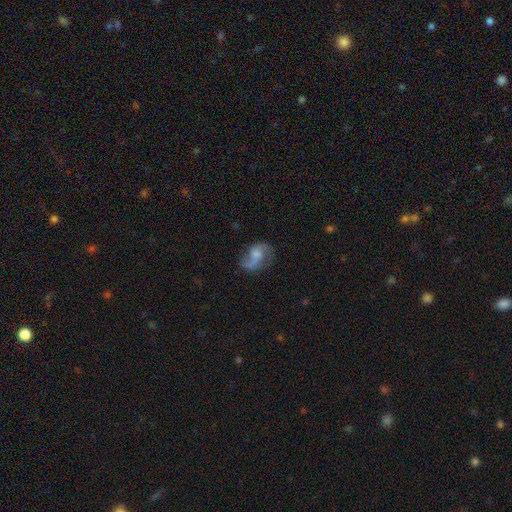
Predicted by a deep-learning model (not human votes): featured or disk 69%, smooth 22%, star or artifact 8%. Down the decision tree: edge-on disk — no (98%); bar — no (59%); spiral arms — yes (90%); spiral arm count — 2 (81%); spiral winding — loose (63%); bulge size — none (49%); merging — none (55%).